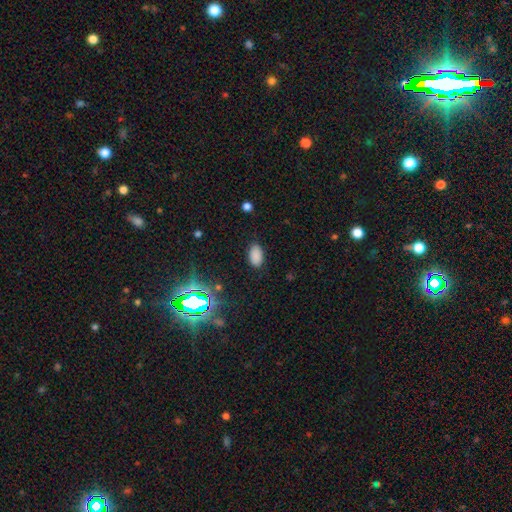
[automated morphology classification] A smooth galaxy with no disk features (81%) that is in between round and cigar-shaped (94%). Merging: none (84%).